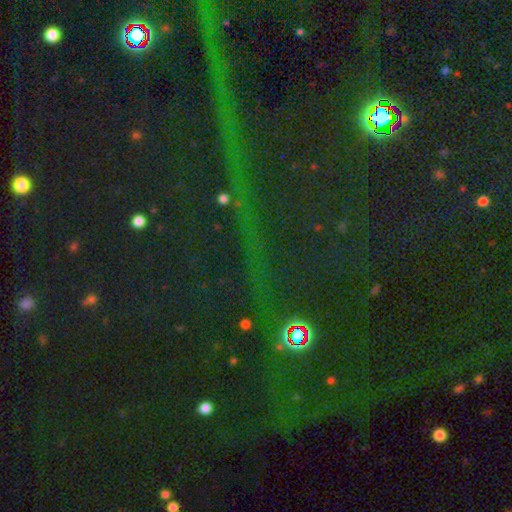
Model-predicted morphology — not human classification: This is clearly a star or artifact rather than a galaxy (82%).